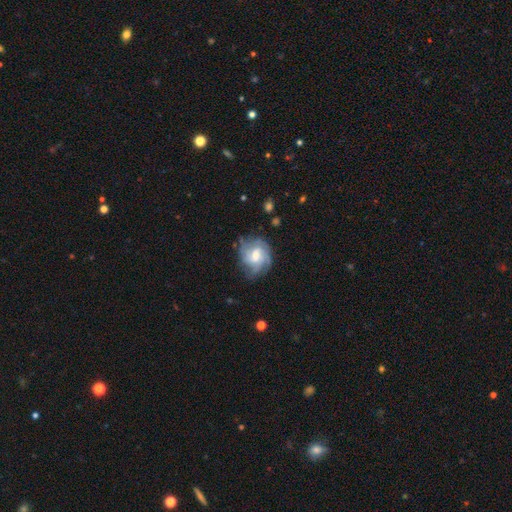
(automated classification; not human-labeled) Smooth or featured?
  - featured or disk: 70% *
  - smooth: 23%
  - star or artifact: 7%
Edge-on disk?
  - no: 97% *
  - yes: 3%
Bar?
  - weak: 53% *
  - no: 36%
  - strong: 11%
Spiral arms?
  - yes: 88% *
  - no: 12%
Spiral winding?
  - tight: 48% *
  - medium: 38%
  - loose: 14%
Spiral arm count?
  - can't tell: 40% *
  - 3: 21%
  - 2: 18%
  - 4: 13%
  - 1: 5%
  - more than 4: 4%
Bulge size?
  - moderate: 56% *
  - small: 23%
  - large: 14%
  - none: 6%
  - dominant: 1%
Merging?
  - none: 64% *
  - minor disturbance: 22%
  - major disturbance: 12%
  - merger: 2%